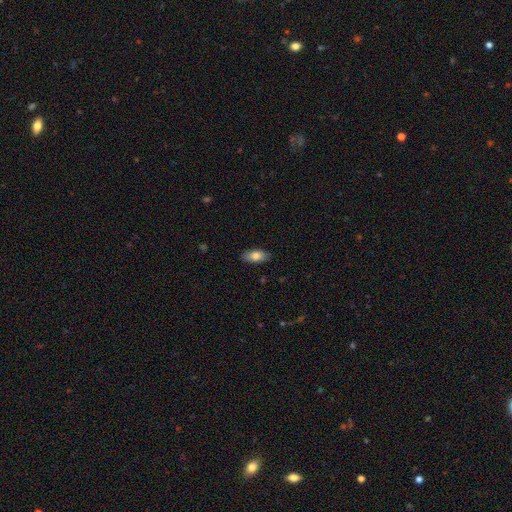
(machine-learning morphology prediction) Q: Smooth or featured?
A: smooth (81%); runner-up: featured or disk (13%)
Q: How rounded?
A: in between (88%); runner-up: cigar-shaped (9%)
Q: Merging?
A: none (87%); runner-up: minor disturbance (10%)